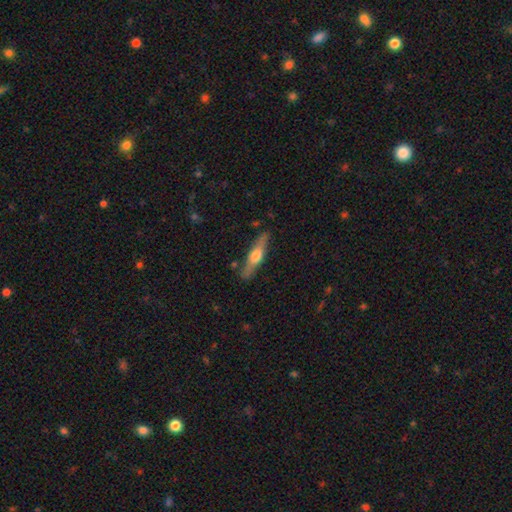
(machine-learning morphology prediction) A featured or disk galaxy (55%) viewed edge-on (92%) with a rounded central bulge (91%).

Vote fractions:
- Smooth or featured? featured or disk: 55% / smooth: 39% / star or artifact: 5%
- Edge-on disk? yes: 92% / no: 8%
- Edge-on bulge? rounded: 91% / boxy: 6% / none: 4%
- Merging? none: 84% / minor disturbance: 11% / major disturbance: 2% / merger: 2%